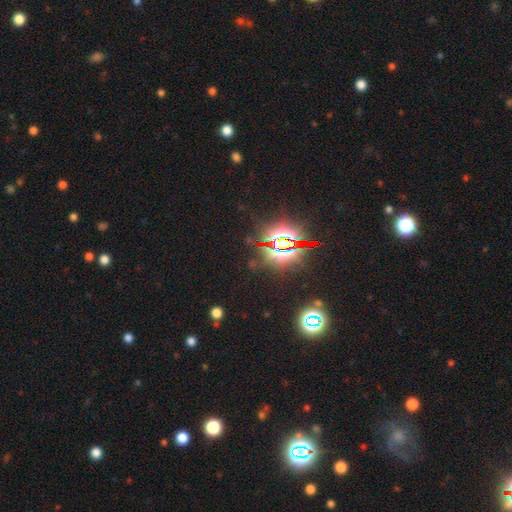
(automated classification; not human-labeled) Morphology: type=star or artifact (84%).